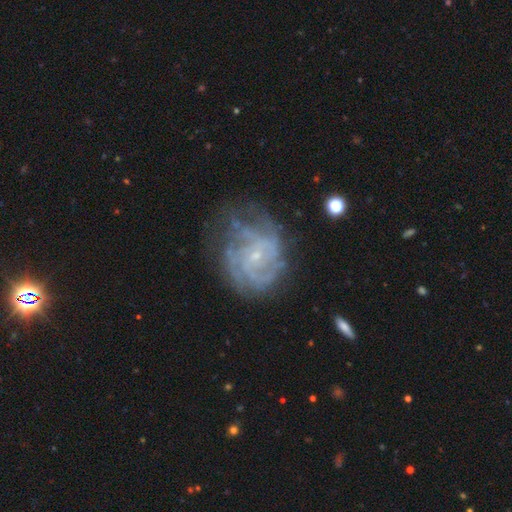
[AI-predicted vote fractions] Overall: featured or disk (82%). Edge-on disk: no (98%). Bar: no (67%; weak 27%). Spiral arms: yes (90%). Spiral arm count: can't tell (40%; 4 16%). Spiral winding: tight (59%; medium 32%). Bulge size: small (83%). Merging: none (55%; minor disturbance 25%).